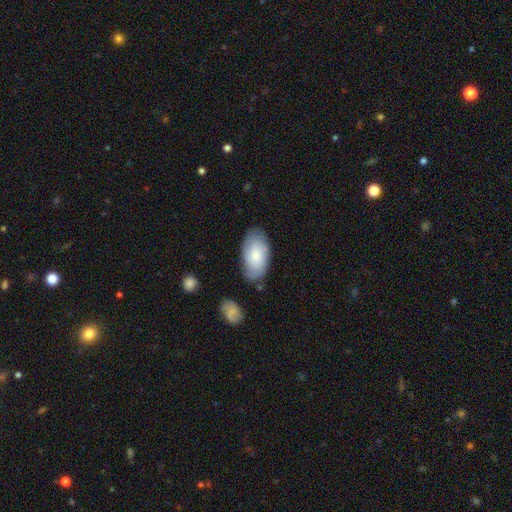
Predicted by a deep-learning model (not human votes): Smooth or featured: smooth — 69% (featured or disk — 25%)
How rounded: in between — 95% (round — 4%)
Merging: none — 74% (minor disturbance — 19%)